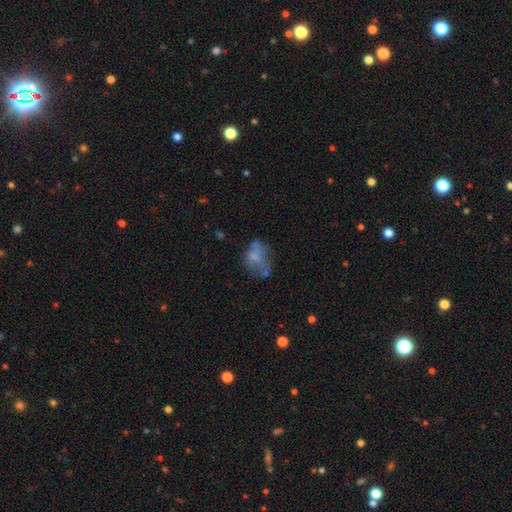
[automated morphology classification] smooth_or_featured: smooth (p=0.55) [alt: featured or disk p=0.33]
how_rounded: in between (p=0.74) [alt: round p=0.24]
merging: none (p=0.37) [alt: major disturbance p=0.25]